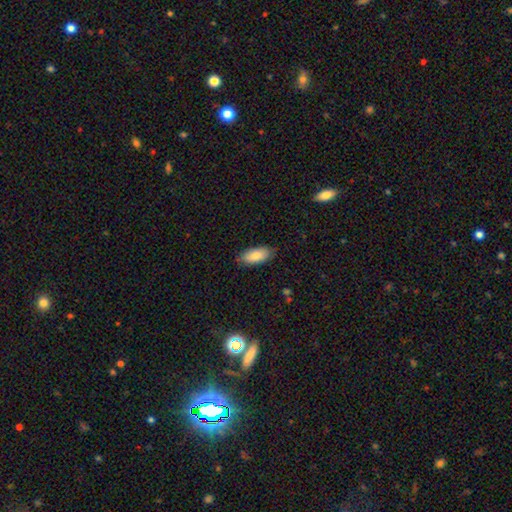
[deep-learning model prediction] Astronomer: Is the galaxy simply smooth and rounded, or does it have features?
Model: smooth — 85%.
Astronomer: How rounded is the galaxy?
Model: in between — 88%.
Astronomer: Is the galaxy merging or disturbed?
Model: none — 83%.